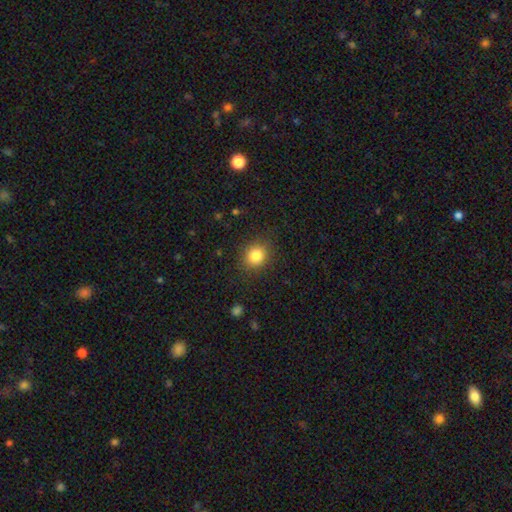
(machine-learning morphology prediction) smooth-or-featured: smooth: 83% | star or artifact: 11% | featured or disk: 6%
  how-rounded: round: 78% | in between: 21% | cigar-shaped: 1%
  merging: none: 87% | minor disturbance: 9% | major disturbance: 3% | merger: 1%